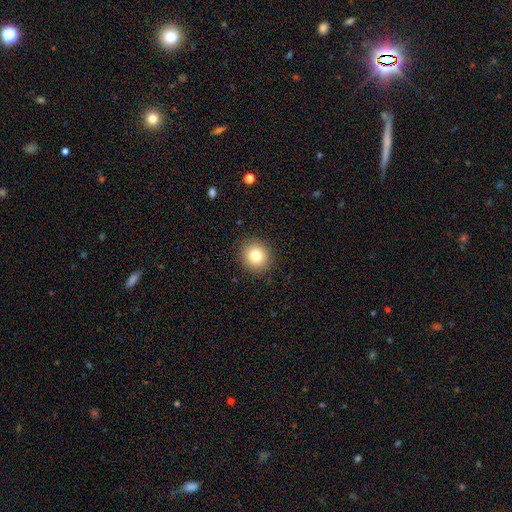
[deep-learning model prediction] A smooth galaxy with no disk features (81%) that is round (86%). Merging: none (90%).